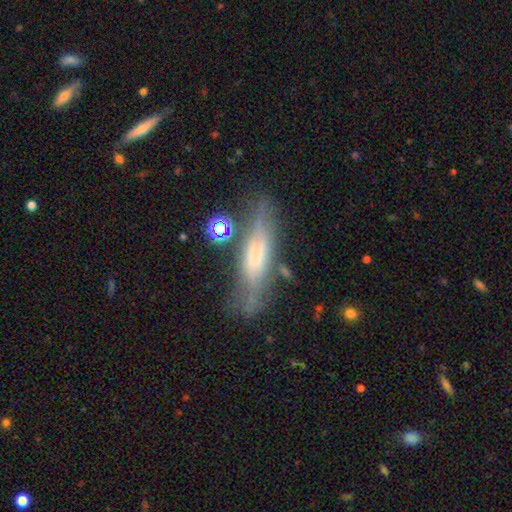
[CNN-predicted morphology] type=featured or disk (54%); edge-on=yes (72%); merging=none (60%).